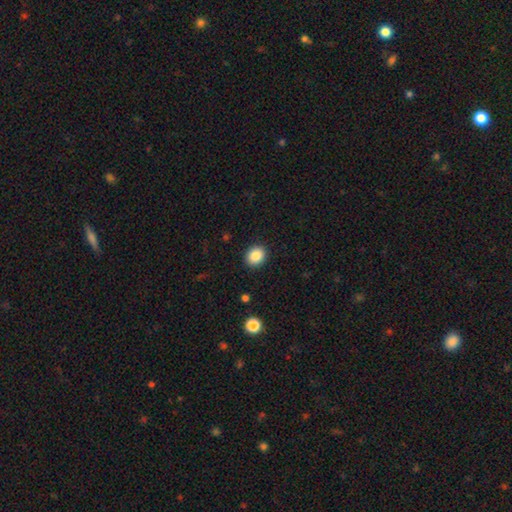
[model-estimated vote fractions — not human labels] This is clearly a smooth galaxy (86%). How rounded: possibly round (57%). Merging: clearly none (90%).